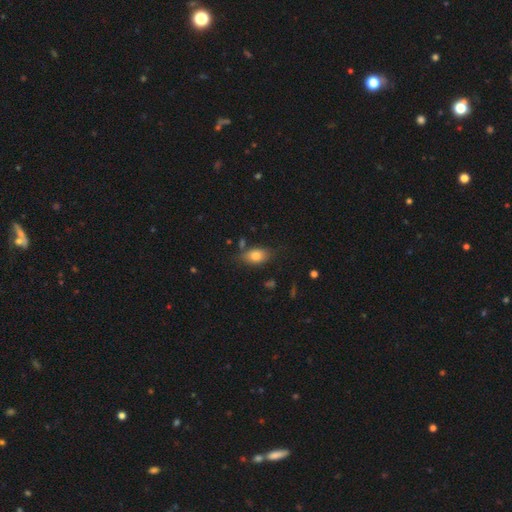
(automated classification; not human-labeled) A smooth galaxy with no disk features (79%) that is in between round and cigar-shaped (85%).

Vote fractions:
- Smooth or featured? smooth: 79% / featured or disk: 12% / star or artifact: 8%
- How rounded? in between: 85% / round: 12% / cigar-shaped: 4%
- Merging? none: 71% / minor disturbance: 20% / major disturbance: 5% / merger: 5%